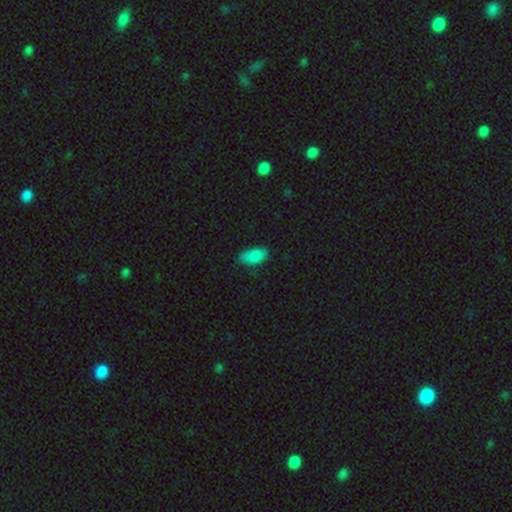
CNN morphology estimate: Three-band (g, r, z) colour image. It shows a smooth galaxy with no disk features (86%) that is in between round and cigar-shaped (92%). Merging: none (70%).